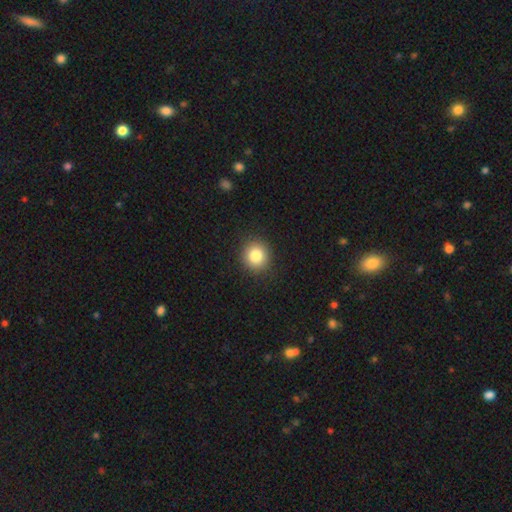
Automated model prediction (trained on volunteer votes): Morphology: type=smooth (83%); roundness=round (90%); merging=none (91%).